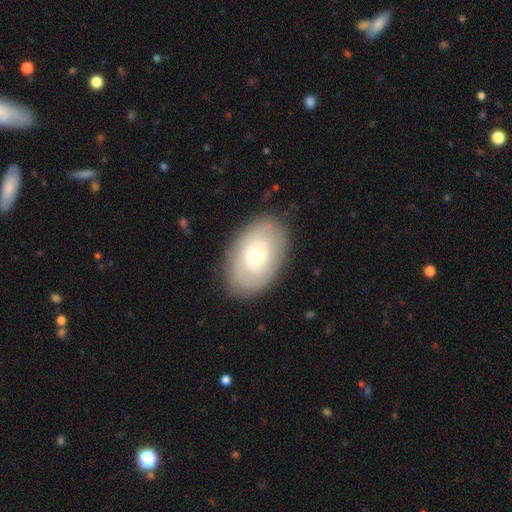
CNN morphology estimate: smooth-or-featured: featured or disk: 53% | smooth: 41% | star or artifact: 6%
  disk-edge-on: no: 93% | yes: 7%
  merging: none: 84% | minor disturbance: 12% | major disturbance: 4% | merger: 1%